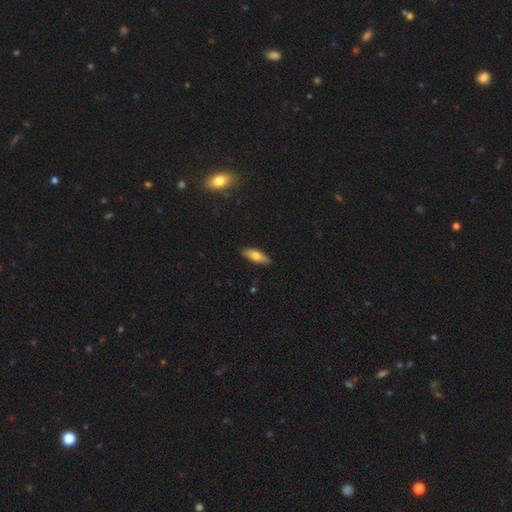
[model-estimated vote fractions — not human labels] smooth_or_featured: smooth (p=0.68) [alt: featured or disk p=0.26]
how_rounded: in between (p=0.58) [alt: cigar-shaped p=0.39]
merging: none (p=0.88) [alt: minor disturbance p=0.09]